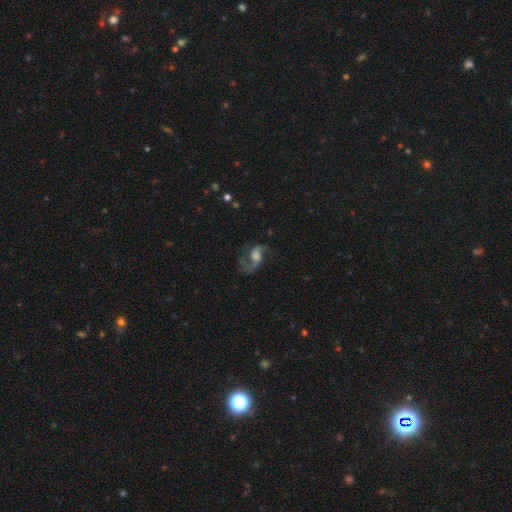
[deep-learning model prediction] A featured or disk galaxy (85%) with a weak bar (45%), 2 (88%) loose (56%) spiral arms (96%) and a moderate central bulge (39%).

Vote fractions:
- Smooth or featured? featured or disk: 85% / star or artifact: 8% / smooth: 7%
- Edge-on disk? no: 97% / yes: 3%
- Bar? weak: 45% / no: 42% / strong: 13%
- Spiral arms? yes: 96% / no: 4%
- Spiral winding? loose: 56% / medium: 38% / tight: 6%
- Spiral arm count? 2: 88% / 3: 4% / 1: 3% / can't tell: 3% / 4: 1% / more than 4: 1%
- Bulge size? moderate: 39% / large: 25% / small: 18% / none: 15% / dominant: 3%
- Merging? none: 66% / major disturbance: 16% / minor disturbance: 15% / merger: 2%